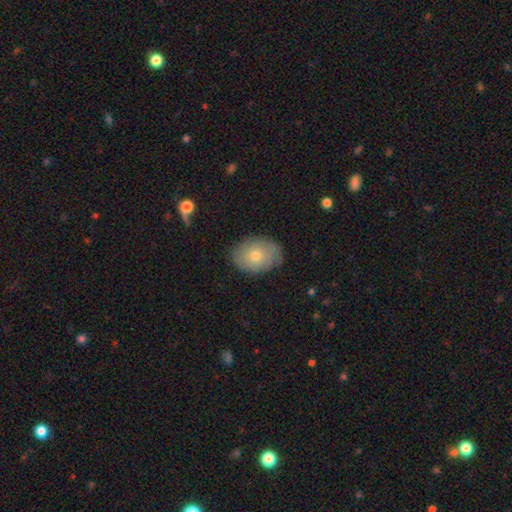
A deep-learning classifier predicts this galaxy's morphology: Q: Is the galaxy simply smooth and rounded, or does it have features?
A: smooth — 63%.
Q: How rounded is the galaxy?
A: in between — 72%.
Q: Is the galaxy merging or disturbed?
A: none — 79%.